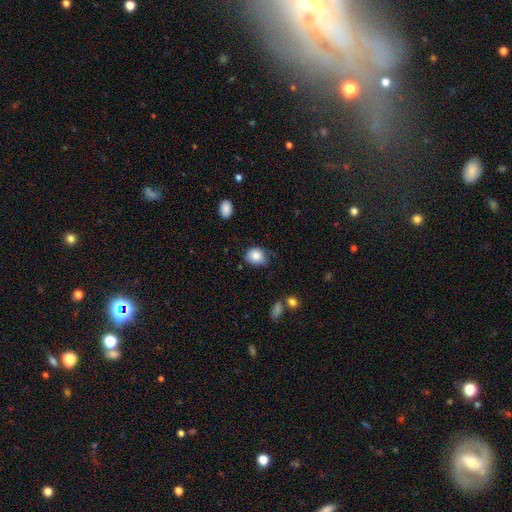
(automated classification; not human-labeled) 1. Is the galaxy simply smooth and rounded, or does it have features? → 84% smooth, 9% star or artifact, 7% featured or disk.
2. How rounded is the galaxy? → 54% round, 45% in between, 1% cigar-shaped.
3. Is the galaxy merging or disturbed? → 59% none, 33% minor disturbance, 6% major disturbance, 2% merger.